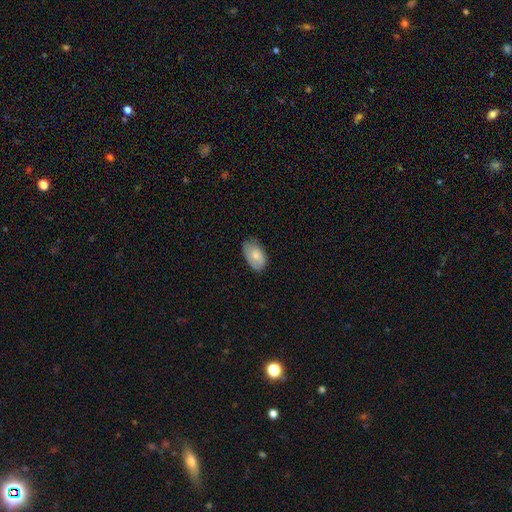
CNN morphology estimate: Smooth or featured: smooth — 76% (featured or disk — 18%)
How rounded: in between — 91% (round — 7%)
Merging: none — 67% (minor disturbance — 27%)